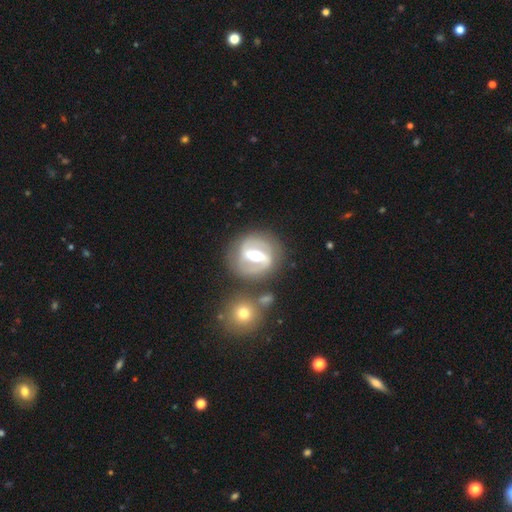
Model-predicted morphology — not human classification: The model was most divided on "spiral winding": medium: 44%, tight: 37%, loose: 19%. More confident: edge-on disk — no (94%); spiral arm count — 2 (85%); smooth or featured — featured or disk (82%); spiral arms — yes (82%); merging — none (76%); bar — strong (71%); bulge size — moderate (69%).